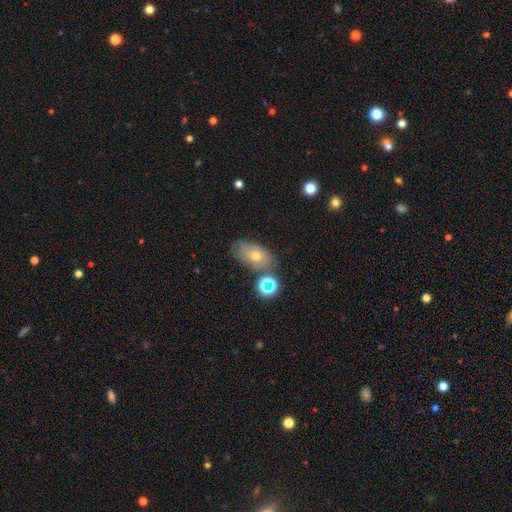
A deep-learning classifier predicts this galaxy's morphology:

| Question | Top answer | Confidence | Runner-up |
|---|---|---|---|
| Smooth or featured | smooth | 51% | featured or disk (31%) |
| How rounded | in between | 83% | round (14%) |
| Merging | none | 58% | minor disturbance (22%) |